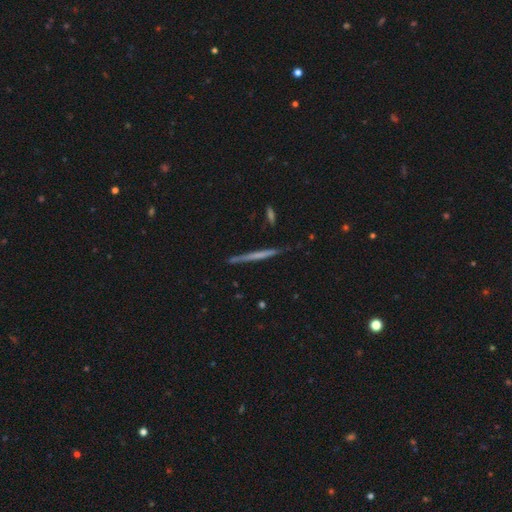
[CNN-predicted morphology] Smooth or featured? featured or disk (51%)
Edge-on disk? yes (97%)
Merging? none (89%)